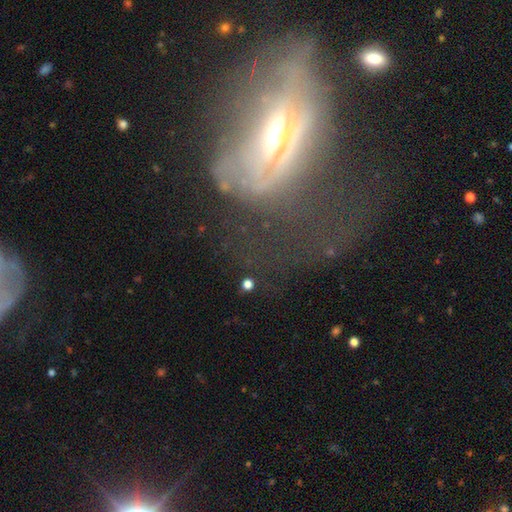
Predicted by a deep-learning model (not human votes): Smooth or featured: featured or disk — 62% (smooth — 20%)
Edge-on disk: no — 78% (yes — 22%)
Merging: major disturbance — 47% (none — 29%)